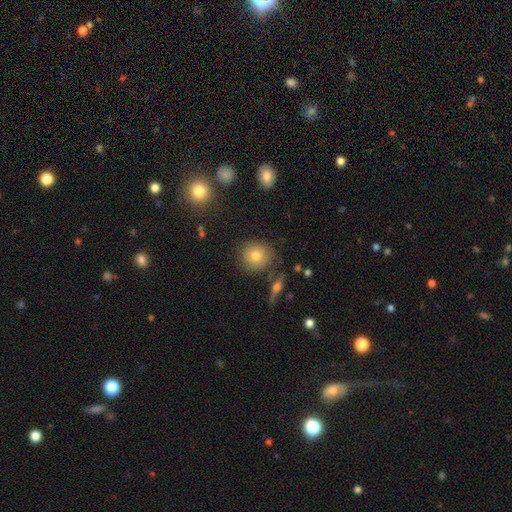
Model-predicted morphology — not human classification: A smooth galaxy with no disk features (72%) that is round (90%). Merging: none (83%).